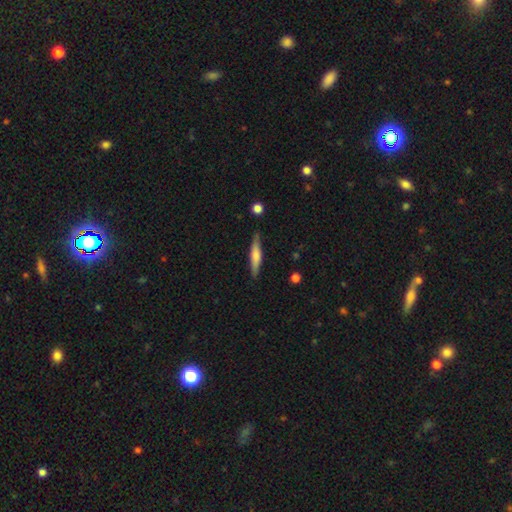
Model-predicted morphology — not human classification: A smooth galaxy with no disk features (57%) that is cigar-shaped (88%).

Vote fractions:
- Smooth or featured? smooth: 57% / featured or disk: 37% / star or artifact: 6%
- How rounded? cigar-shaped: 88% / in between: 11% / round: 2%
- Merging? none: 86% / minor disturbance: 11% / major disturbance: 2% / merger: 2%